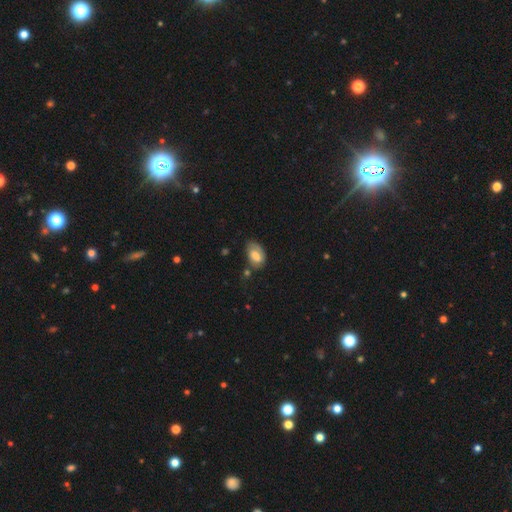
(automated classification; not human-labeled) Morphology: type=smooth (65%); roundness=in between (90%); merging=none (52%).